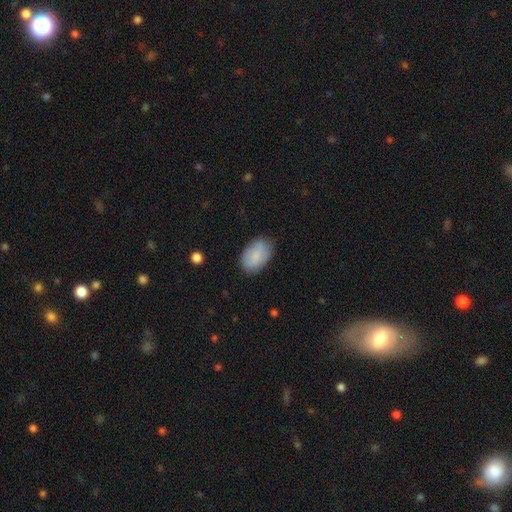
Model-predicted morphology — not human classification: This appears to be a smooth galaxy with no disk features (81%) that is in between round and cigar-shaped (91%). Merging: none (77%).